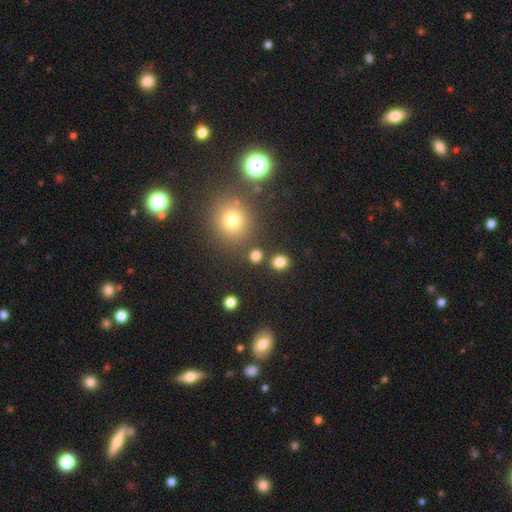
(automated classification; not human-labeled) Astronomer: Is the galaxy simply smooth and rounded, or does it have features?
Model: smooth — 78%.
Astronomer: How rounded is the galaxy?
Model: round — 77%.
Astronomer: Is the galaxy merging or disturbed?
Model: none — 83%.